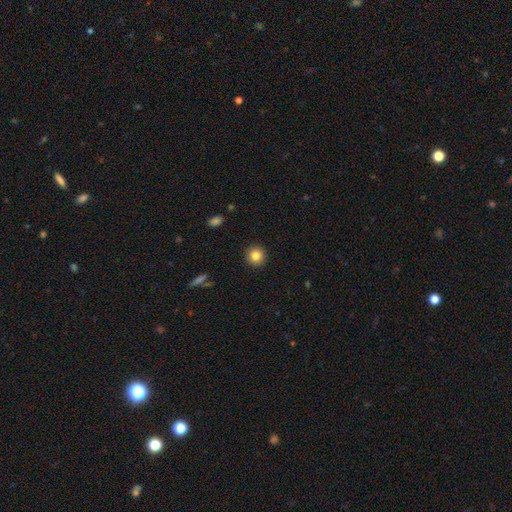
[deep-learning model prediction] Smooth or featured? Predicted: smooth (p=0.83). How rounded? Predicted: round (p=0.94). Merging? Predicted: none (p=0.92).